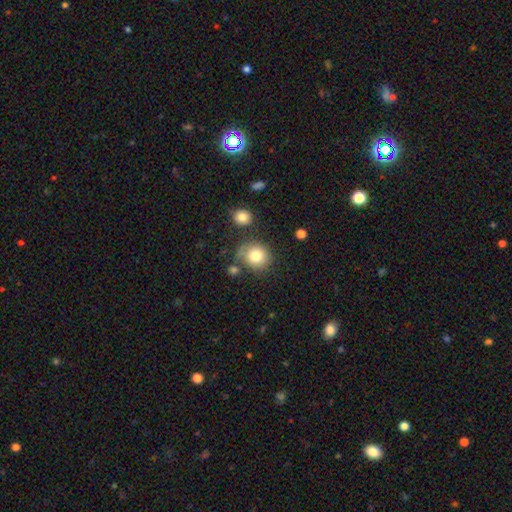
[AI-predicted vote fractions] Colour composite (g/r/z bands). It shows a smooth galaxy with no disk features (79%) that is round (81%). Merging: none (66%).